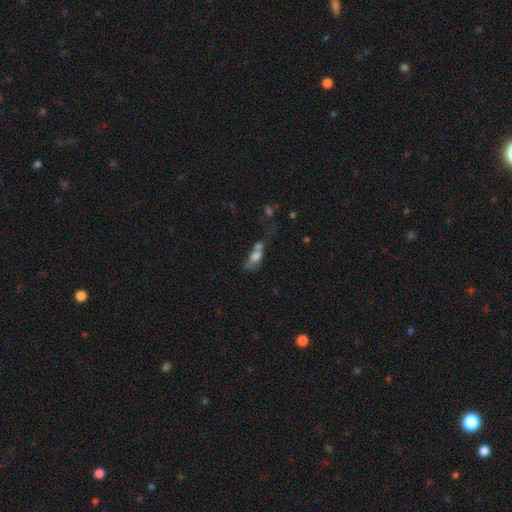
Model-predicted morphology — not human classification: The model was most divided on "merging": merger: 50%, major disturbance: 21%, none: 17%, minor disturbance: 13%. More confident: how rounded — in between (71%); smooth or featured — smooth (62%).